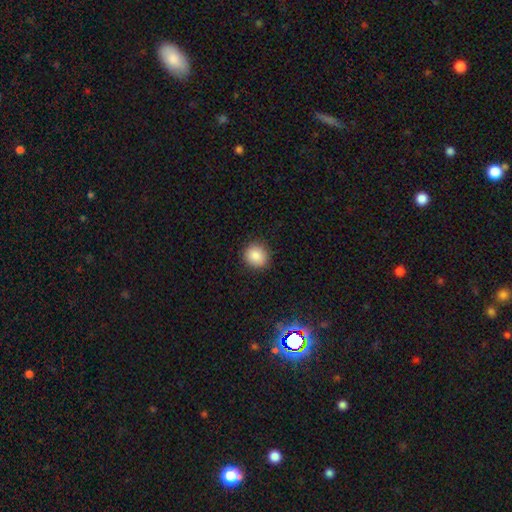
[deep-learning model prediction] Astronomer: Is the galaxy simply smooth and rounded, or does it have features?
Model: smooth — 86%.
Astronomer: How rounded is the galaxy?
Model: round — 87%.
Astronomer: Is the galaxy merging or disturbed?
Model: none — 90%.